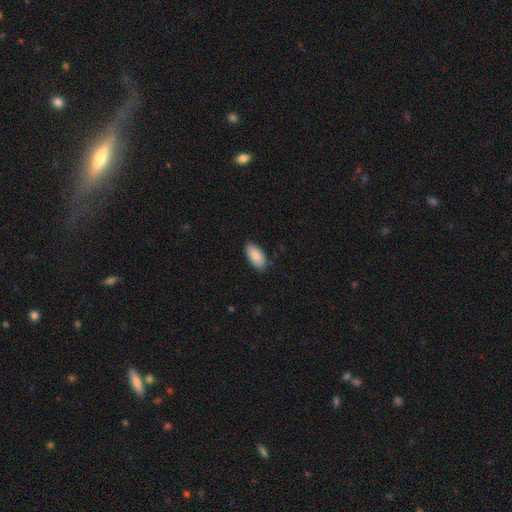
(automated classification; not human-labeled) A smooth galaxy with no disk features (87%) that is in between round and cigar-shaped (94%).

Vote fractions:
- Smooth or featured? smooth: 87% / featured or disk: 7% / star or artifact: 6%
- How rounded? in between: 94% / cigar-shaped: 4% / round: 2%
- Merging? none: 84% / minor disturbance: 12% / major disturbance: 2% / merger: 1%